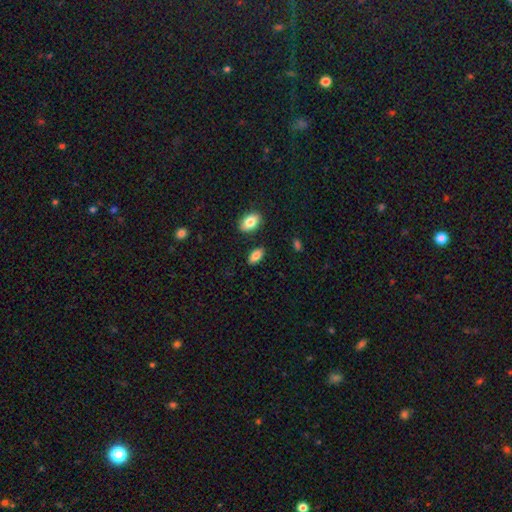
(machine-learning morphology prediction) type=smooth (86%); roundness=in between (92%); merging=none (84%).